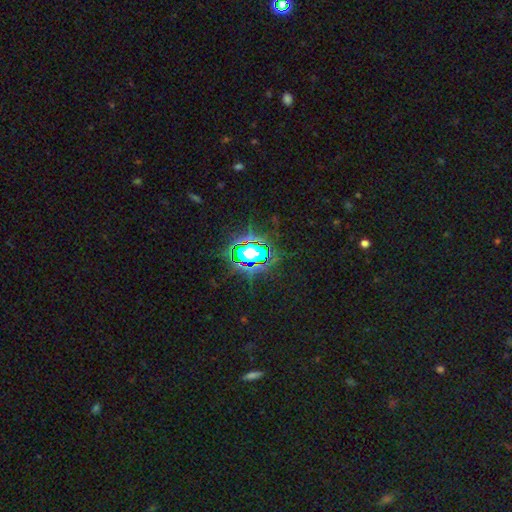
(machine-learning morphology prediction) Overall: star or artifact (76%).